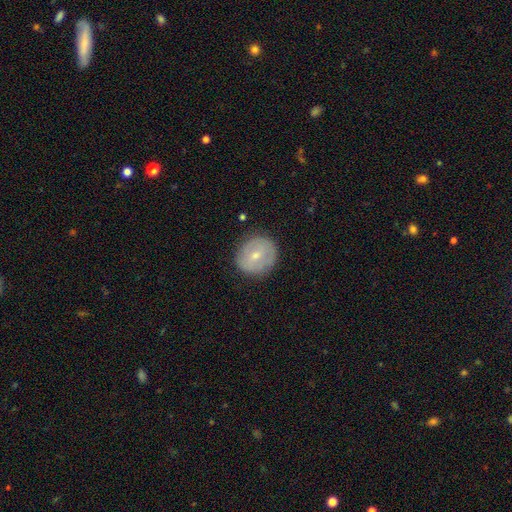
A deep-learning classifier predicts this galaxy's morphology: Q: Smooth or featured?
A: smooth (51%); runner-up: featured or disk (42%)
Q: How rounded?
A: round (83%); runner-up: in between (16%)
Q: Merging?
A: none (84%); runner-up: minor disturbance (11%)